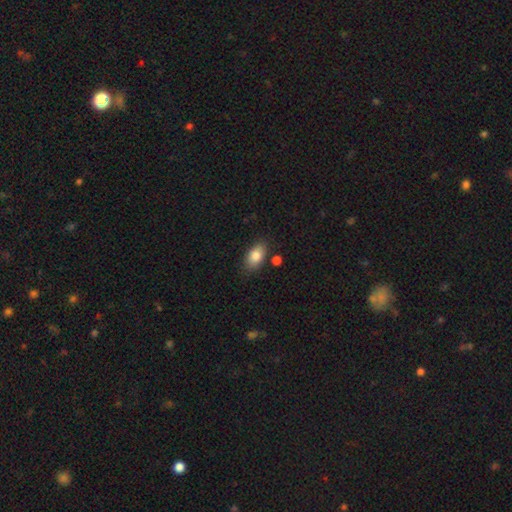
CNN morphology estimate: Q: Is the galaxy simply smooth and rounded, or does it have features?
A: smooth — 83%.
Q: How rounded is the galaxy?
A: in between — 90%.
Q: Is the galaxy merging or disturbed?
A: none — 80%.